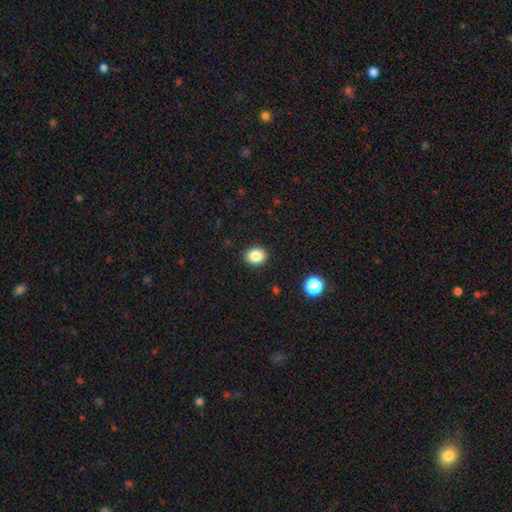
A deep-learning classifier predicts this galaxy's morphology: smooth-or-featured: smooth: 86% | star or artifact: 10% | featured or disk: 4%
  how-rounded: round: 50% | in between: 49% | cigar-shaped: 1%
  merging: none: 90% | minor disturbance: 7% | major disturbance: 2% | merger: 1%